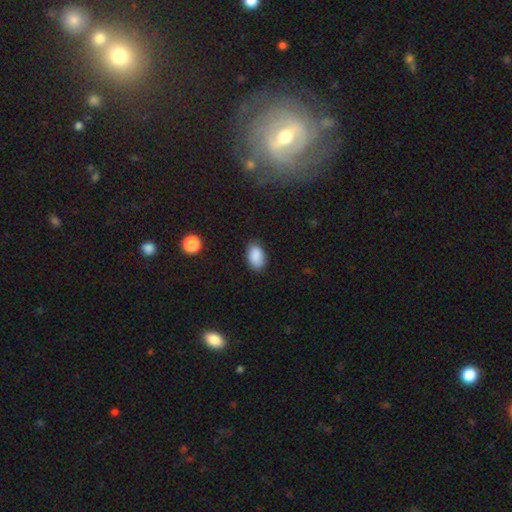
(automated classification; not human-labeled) Smooth or featured?
  - smooth: 89% *
  - star or artifact: 7%
  - featured or disk: 4%
How rounded?
  - in between: 92% *
  - round: 7%
  - cigar-shaped: 1%
Merging?
  - none: 83% *
  - minor disturbance: 13%
  - major disturbance: 3%
  - merger: 1%